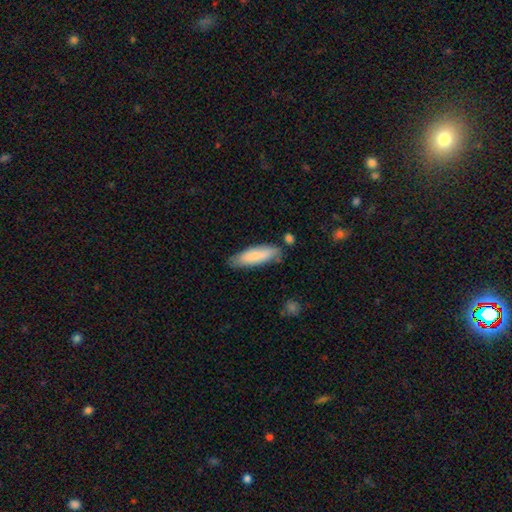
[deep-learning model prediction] smooth 80%, featured or disk 15%, star or artifact 6%. Down the decision tree: how rounded — cigar-shaped (53%); merging — none (75%).